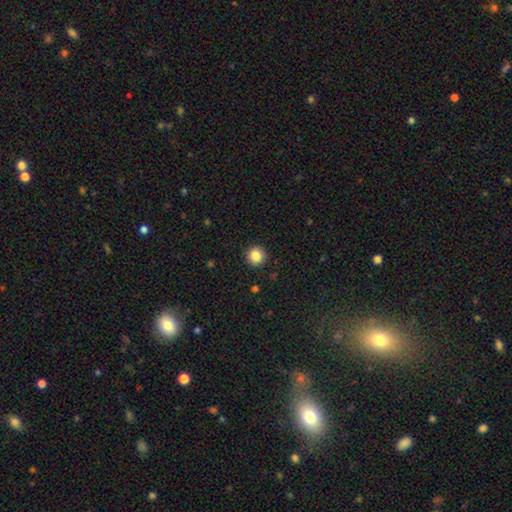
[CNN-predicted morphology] smooth 85%, star or artifact 10%, featured or disk 5%. Down the decision tree: how rounded — round (95%); merging — none (93%).